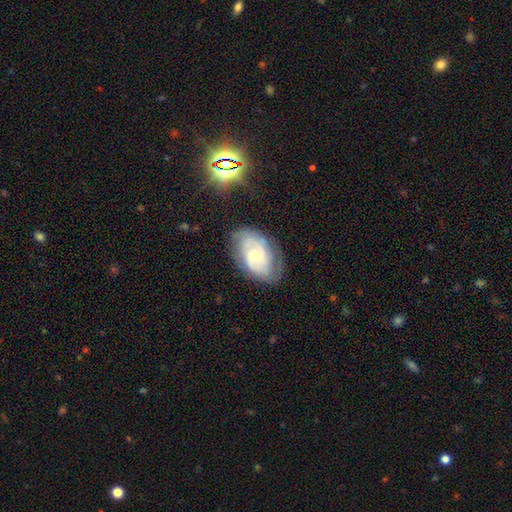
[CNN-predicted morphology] This is likely a featured or disk galaxy (73%). It is clearly not viewed edge-on (96%). Bar: likely no (66%). Spiral arm pattern: clearly yes (89%). Spiral arm count: possibly 2 (49%). Spiral winding: possibly tight (58%). Central bulge: likely small (63%). Merging: likely none (70%).